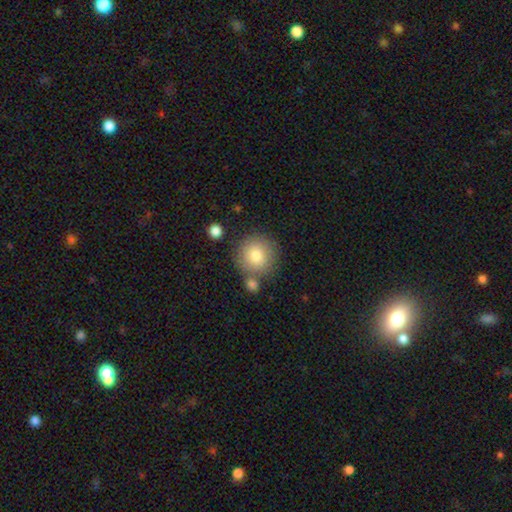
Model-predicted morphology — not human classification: This appears to be a smooth galaxy with no disk features (81%) that is round (94%). Merging: none (73%).